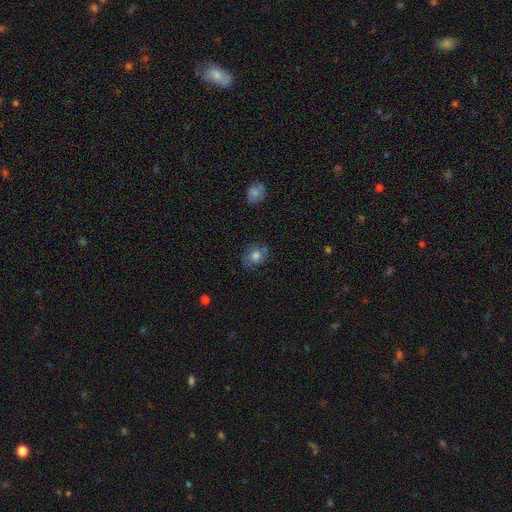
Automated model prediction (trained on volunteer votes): smooth-or-featured: smooth: 72% | featured or disk: 17% | star or artifact: 11%
  how-rounded: in between: 52% | round: 47% | cigar-shaped: 1%
  merging: none: 72% | minor disturbance: 19% | major disturbance: 6% | merger: 2%